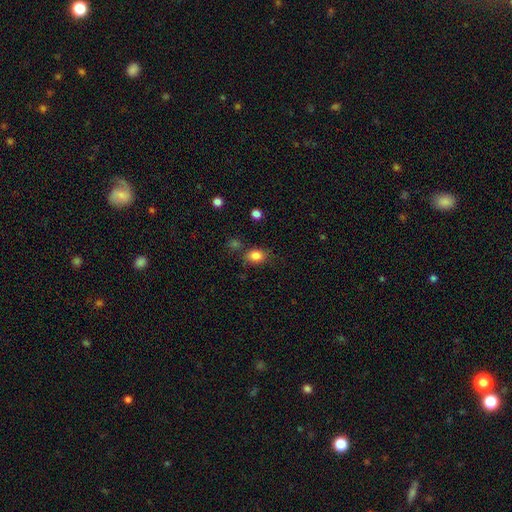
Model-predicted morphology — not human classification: Smooth or featured?
  - smooth: 83% *
  - star or artifact: 10%
  - featured or disk: 7%
How rounded?
  - in between: 60% *
  - round: 39%
  - cigar-shaped: 1%
Merging?
  - none: 71% *
  - minor disturbance: 18%
  - merger: 5%
  - major disturbance: 5%